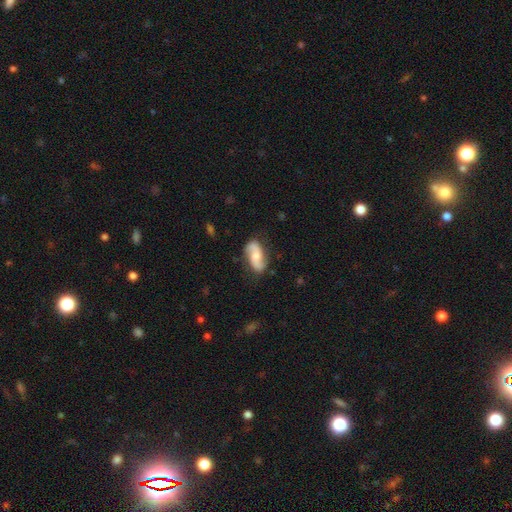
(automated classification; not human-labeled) Q: Smooth or featured?
A: featured or disk (73%); runner-up: smooth (22%)
Q: Edge-on disk?
A: no (96%); runner-up: yes (4%)
Q: Bar?
A: no (59%); runner-up: weak (32%)
Q: Spiral arms?
A: yes (94%); runner-up: no (6%)
Q: Spiral winding?
A: loose (57%); runner-up: medium (32%)
Q: Spiral arm count?
A: 2 (92%); runner-up: can't tell (4%)
Q: Bulge size?
A: moderate (54%); runner-up: small (31%)
Q: Merging?
A: none (79%); runner-up: minor disturbance (15%)